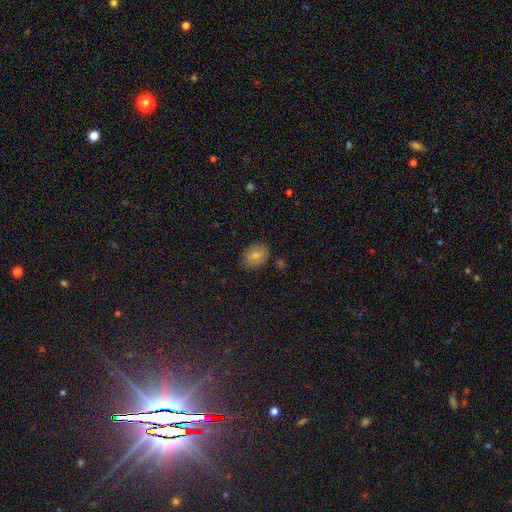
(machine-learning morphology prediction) Smooth or featured?
  - smooth: 77% *
  - featured or disk: 14%
  - star or artifact: 10%
How rounded?
  - in between: 54% *
  - round: 45%
  - cigar-shaped: 1%
Merging?
  - none: 82% *
  - minor disturbance: 13%
  - major disturbance: 3%
  - merger: 2%